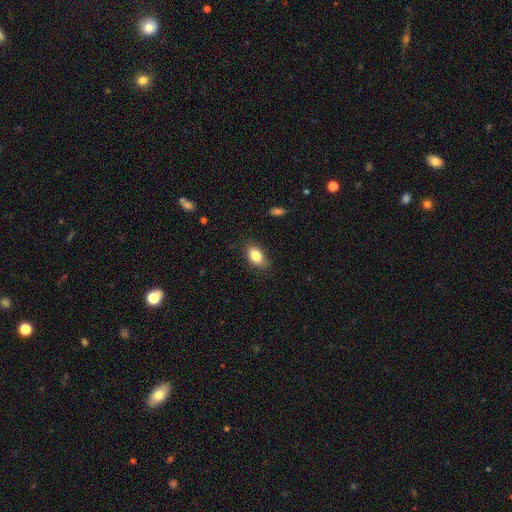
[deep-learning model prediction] Smooth or featured: smooth — 83% (featured or disk — 9%)
How rounded: in between — 88% (round — 8%)
Merging: none — 81% (minor disturbance — 15%)